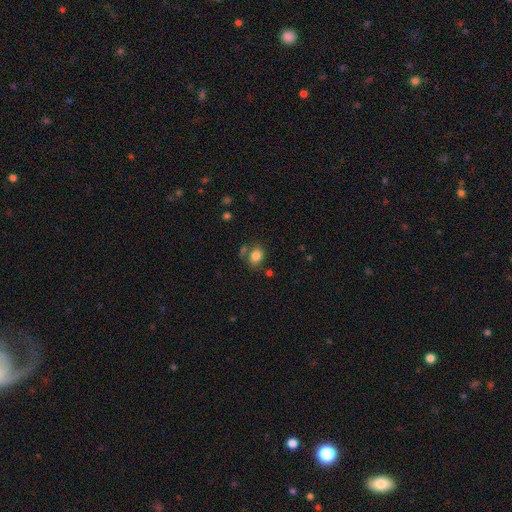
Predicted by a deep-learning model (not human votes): Smooth or featured? Predicted: smooth (p=0.82). How rounded? Predicted: in between (p=0.61). Merging? Predicted: none (p=0.66).